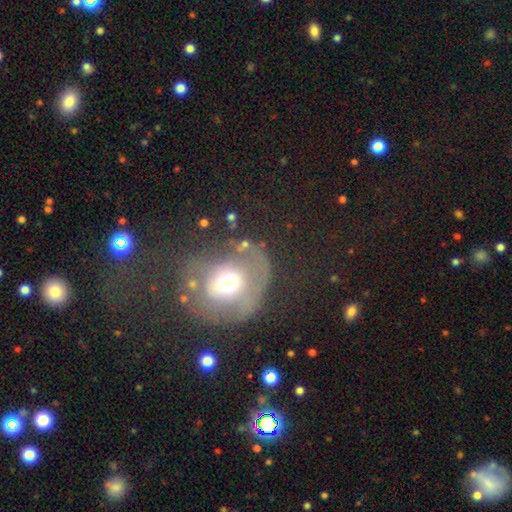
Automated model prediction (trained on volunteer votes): This is possibly a featured or disk galaxy (47%). Merging: marginally none (41%).